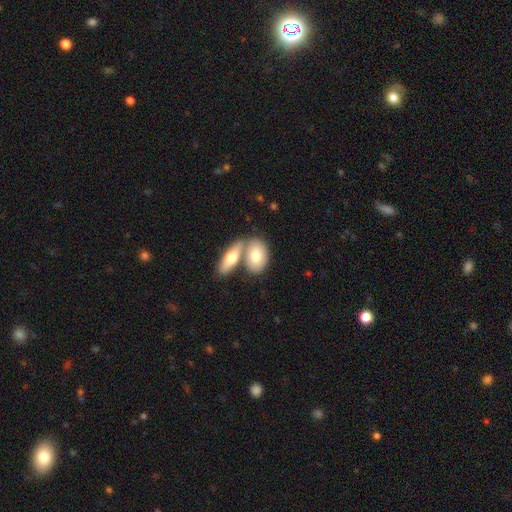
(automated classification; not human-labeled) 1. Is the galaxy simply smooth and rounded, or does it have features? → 69% smooth, 26% featured or disk, 5% star or artifact.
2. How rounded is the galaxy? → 88% in between, 8% round, 5% cigar-shaped.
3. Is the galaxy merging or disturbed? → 50% merger, 38% none, 9% minor disturbance, 3% major disturbance.